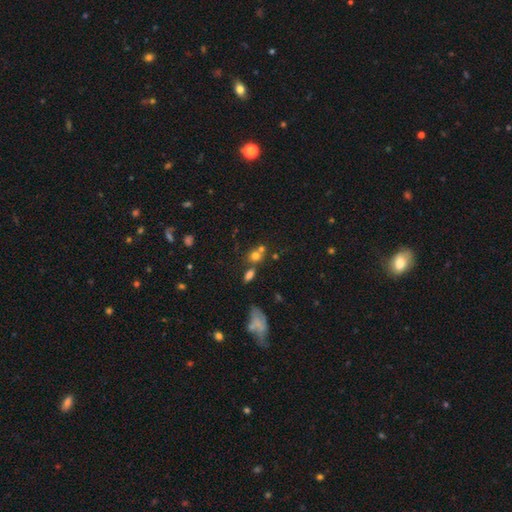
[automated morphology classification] Overall: star or artifact (42%; smooth 37%).